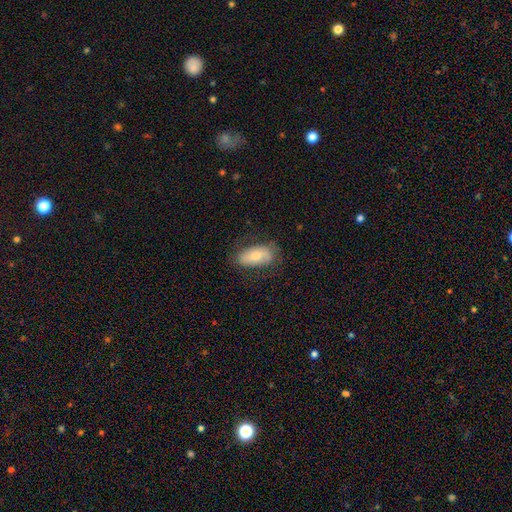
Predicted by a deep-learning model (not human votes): Smooth or featured? Predicted: smooth (p=0.64). How rounded? Predicted: in between (p=0.89). Merging? Predicted: none (p=0.75).